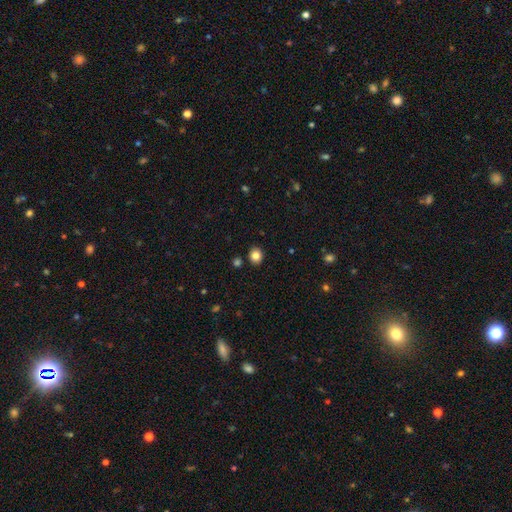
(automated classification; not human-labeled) This appears to be a smooth galaxy with no disk features (83%) that is round (63%). Merging: none (88%).